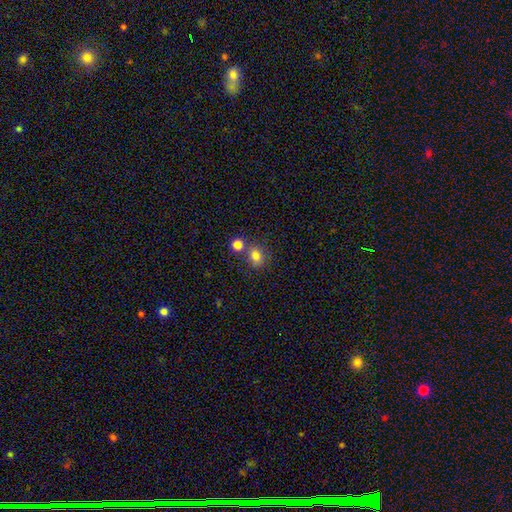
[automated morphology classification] Smooth or featured?
  - smooth: 80% *
  - star or artifact: 13%
  - featured or disk: 8%
How rounded?
  - round: 70% *
  - in between: 29%
  - cigar-shaped: 1%
Merging?
  - none: 63% *
  - merger: 23%
  - minor disturbance: 11%
  - major disturbance: 4%